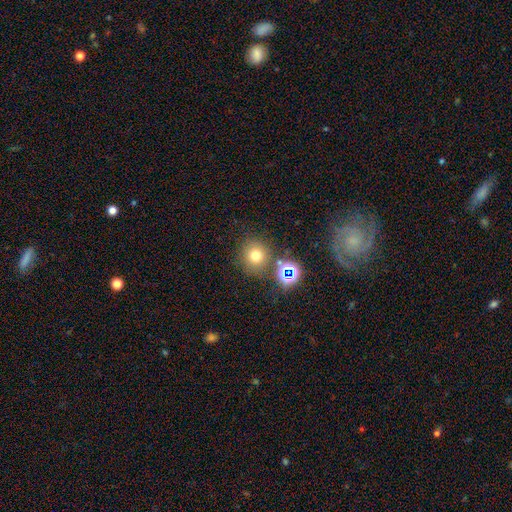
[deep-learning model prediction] Morphology: type=smooth (69%); roundness=round (89%); merging=none (78%).